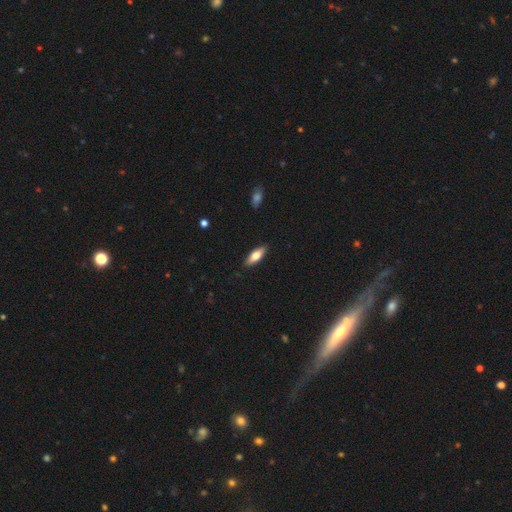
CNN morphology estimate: Q: Smooth or featured?
A: smooth (72%); runner-up: featured or disk (22%)
Q: How rounded?
A: in between (66%); runner-up: cigar-shaped (32%)
Q: Merging?
A: none (88%); runner-up: minor disturbance (9%)